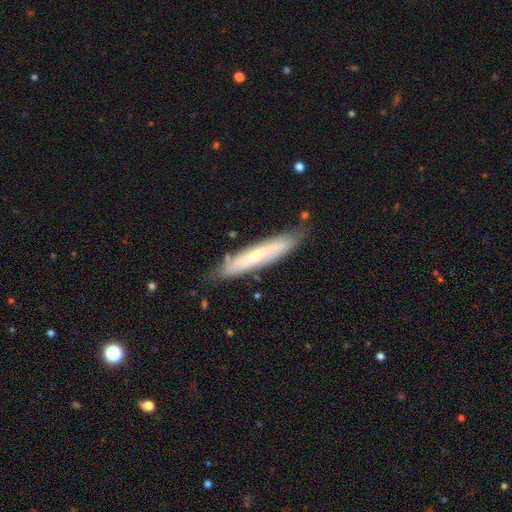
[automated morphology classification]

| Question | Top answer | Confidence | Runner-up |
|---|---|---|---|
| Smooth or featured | featured or disk | 49% | smooth (45%) |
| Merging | none | 78% | minor disturbance (16%) |